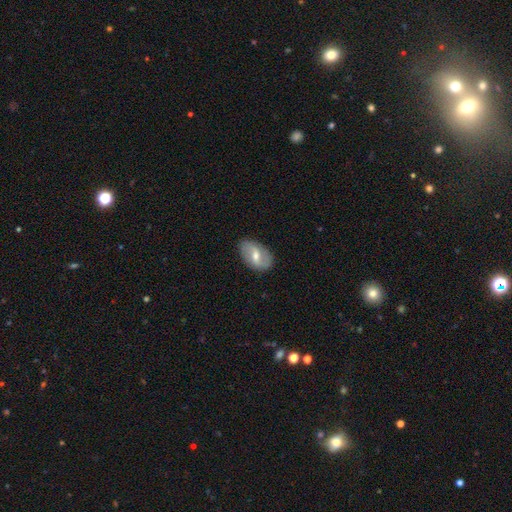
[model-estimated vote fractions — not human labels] Smooth or featured? featured or disk (59%)
Edge-on disk? no (95%)
Bar? weak (53%)
Spiral arms? yes (76%)
Bulge size? moderate (62%)
Merging? none (81%)